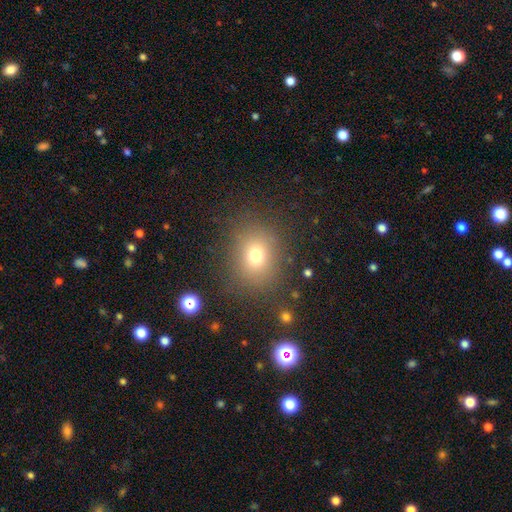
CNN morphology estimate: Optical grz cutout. It shows a smooth galaxy with no disk features (73%) that is round (61%). Merging: none (82%).